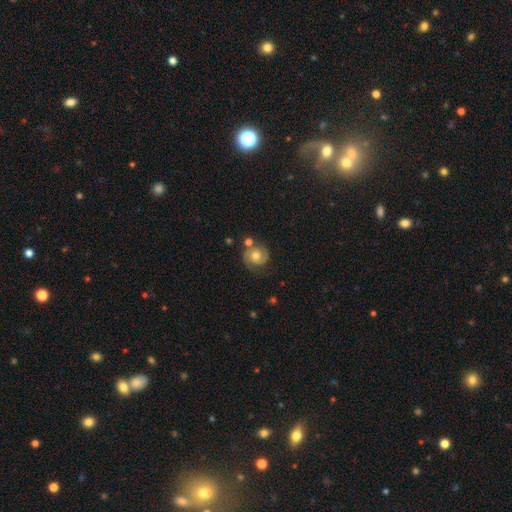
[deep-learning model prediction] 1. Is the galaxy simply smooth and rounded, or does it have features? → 70% featured or disk, 23% smooth, 8% star or artifact.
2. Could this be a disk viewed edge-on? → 98% no, 2% yes.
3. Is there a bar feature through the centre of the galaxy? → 76% no, 20% weak, 3% strong.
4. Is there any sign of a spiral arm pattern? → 92% yes, 8% no.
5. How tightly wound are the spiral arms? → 56% tight, 35% medium, 9% loose.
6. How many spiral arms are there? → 81% 2, 7% can't tell, 6% 1, 3% 3, 1% 4, 1% more than 4.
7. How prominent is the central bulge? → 72% moderate, 18% small, 8% large, 2% none, 1% dominant.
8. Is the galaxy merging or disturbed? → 70% none, 16% minor disturbance, 7% merger, 6% major disturbance.